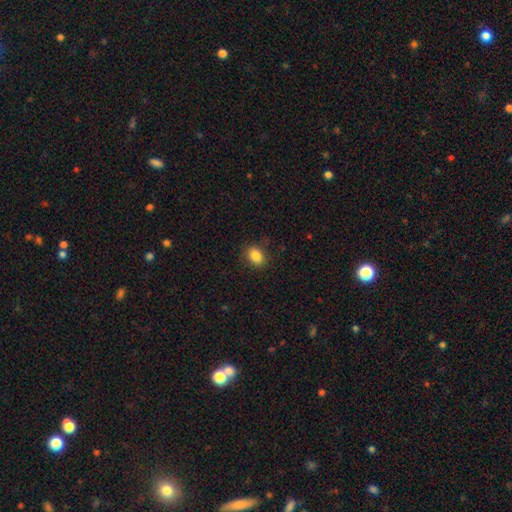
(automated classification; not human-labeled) smooth_or_featured: smooth (p=0.85) [alt: star or artifact p=0.09]
how_rounded: in between (p=0.72) [alt: round p=0.26]
merging: none (p=0.85) [alt: minor disturbance p=0.11]